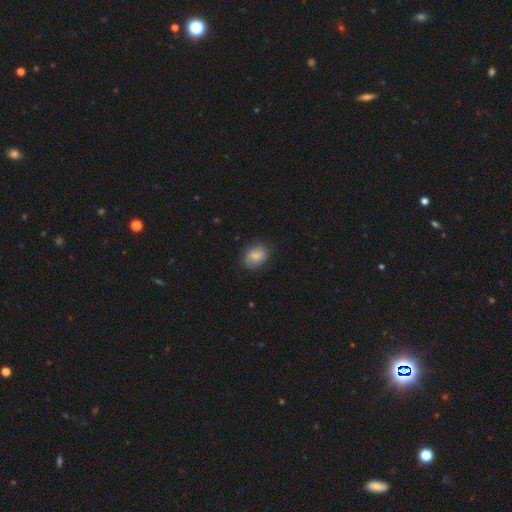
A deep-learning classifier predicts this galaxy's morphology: This is clearly a smooth galaxy (81%). How rounded: likely in between (64%). Merging: likely none (78%).